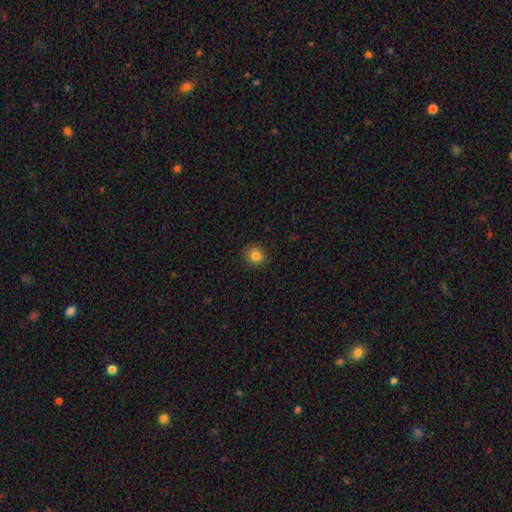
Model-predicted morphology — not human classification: Smooth or featured: smooth — 83% (star or artifact — 12%)
How rounded: round — 88% (in between — 11%)
Merging: none — 90% (minor disturbance — 7%)